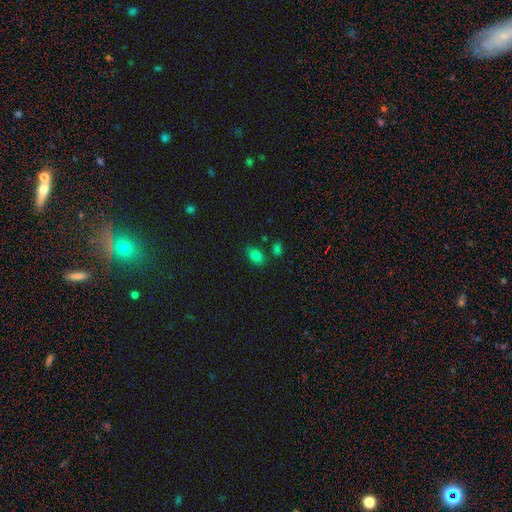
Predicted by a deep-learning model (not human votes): Q: Smooth or featured?
A: smooth (81%); runner-up: star or artifact (13%)
Q: How rounded?
A: in between (81%); runner-up: round (18%)
Q: Merging?
A: none (77%); runner-up: minor disturbance (13%)